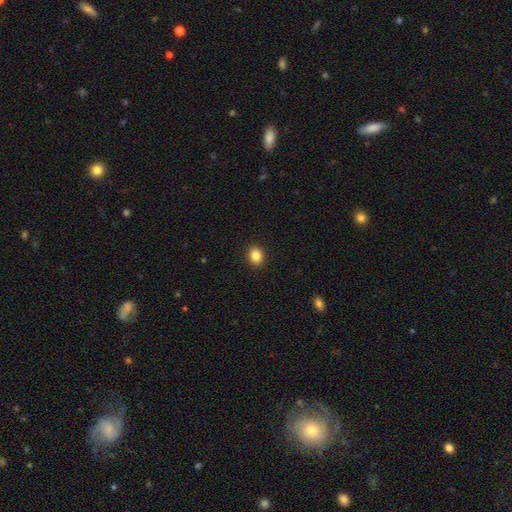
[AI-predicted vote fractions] Overall: smooth (85%). How rounded: round (59%; in between 40%). Merging: none (92%).